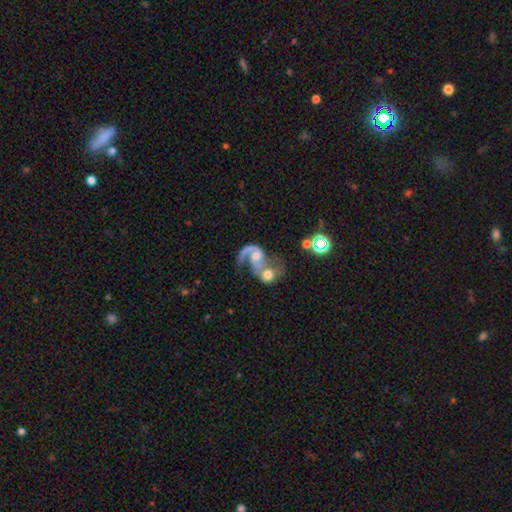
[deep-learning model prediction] This is likely a featured or disk galaxy (76%). It is clearly not viewed edge-on (98%). Bar: possibly no (55%). Spiral arm pattern: clearly yes (88%). Spiral arm count: possibly 2 (51%). Spiral winding: possibly loose (57%). Central bulge: possibly moderate (49%). Merging: likely merger (73%).